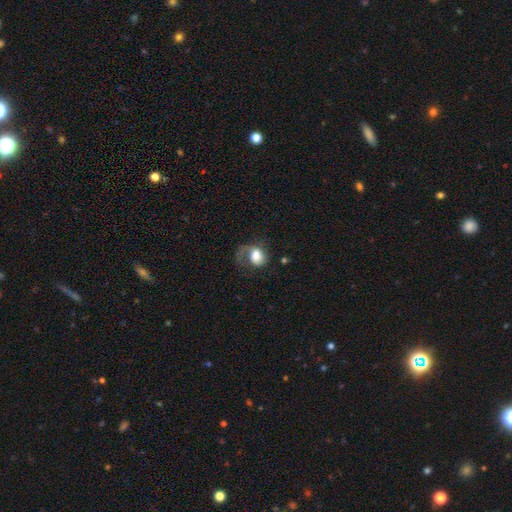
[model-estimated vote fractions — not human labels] A smooth galaxy with no disk features (53%) that is in between round and cigar-shaped (55%).

Vote fractions:
- Smooth or featured? smooth: 53% / featured or disk: 38% / star or artifact: 9%
- How rounded? in between: 55% / round: 44% / cigar-shaped: 1%
- Merging? major disturbance: 44% / none: 31% / minor disturbance: 22% / merger: 3%